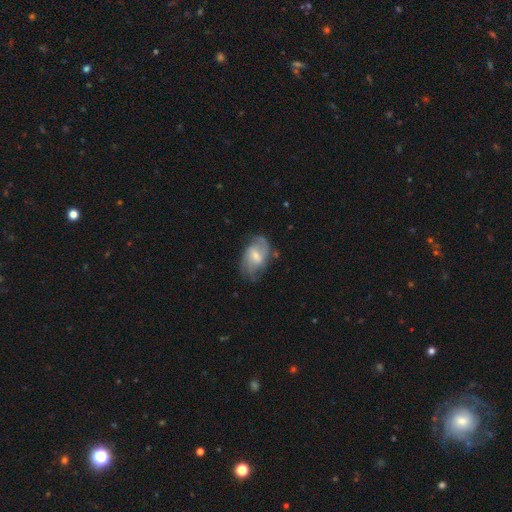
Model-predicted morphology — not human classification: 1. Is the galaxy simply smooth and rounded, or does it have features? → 70% featured or disk, 24% smooth, 6% star or artifact.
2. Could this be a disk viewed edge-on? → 96% no, 4% yes.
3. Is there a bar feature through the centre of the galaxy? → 56% weak, 29% no, 15% strong.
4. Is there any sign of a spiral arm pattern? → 89% yes, 11% no.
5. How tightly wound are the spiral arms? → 47% medium, 27% loose, 26% tight.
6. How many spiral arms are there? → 62% 2, 20% can't tell, 9% 3, 5% 1, 2% 4, 2% more than 4.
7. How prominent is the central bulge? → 48% small, 43% moderate, 5% none, 4% large, 1% dominant.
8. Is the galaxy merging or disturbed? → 63% none, 24% minor disturbance, 11% major disturbance, 2% merger.